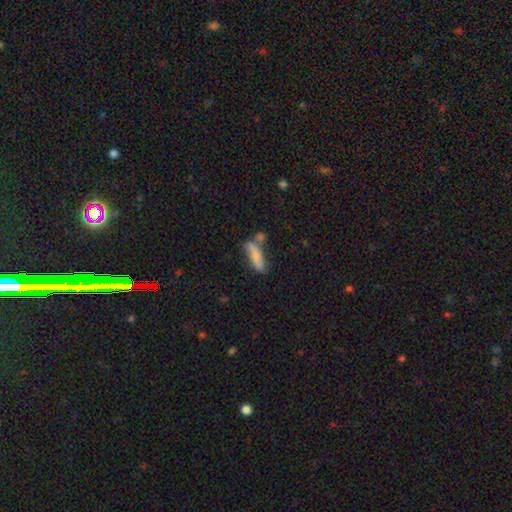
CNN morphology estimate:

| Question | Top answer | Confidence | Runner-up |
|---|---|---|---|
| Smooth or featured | smooth | 70% | featured or disk (23%) |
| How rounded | cigar-shaped | 63% | in between (35%) |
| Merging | none | 50% | minor disturbance (21%) |